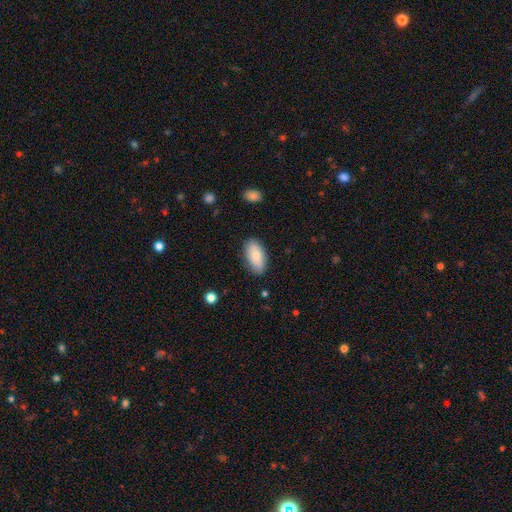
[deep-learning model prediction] Overall: smooth (75%). How rounded: in between (93%). Merging: none (82%).